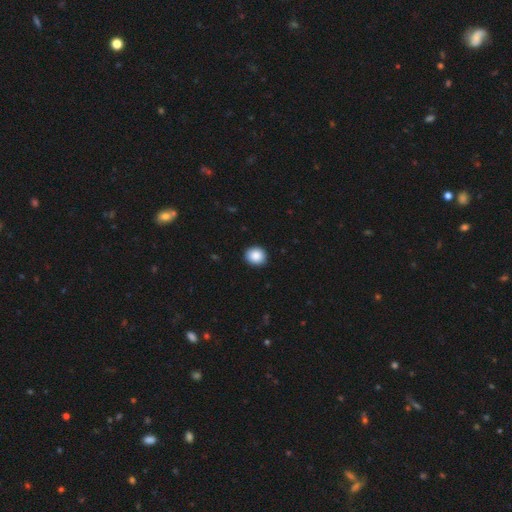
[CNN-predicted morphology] A smooth galaxy with no disk features (89%) that is round (83%).

Vote fractions:
- Smooth or featured? smooth: 89% / star or artifact: 8% / featured or disk: 3%
- How rounded? round: 83% / in between: 17% / cigar-shaped: 1%
- Merging? none: 92% / minor disturbance: 6% / major disturbance: 1% / merger: 1%